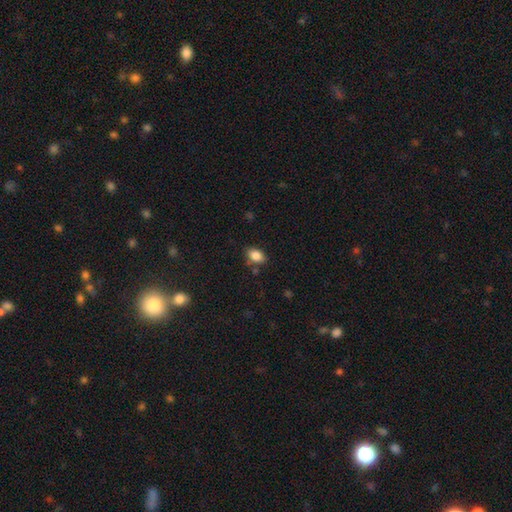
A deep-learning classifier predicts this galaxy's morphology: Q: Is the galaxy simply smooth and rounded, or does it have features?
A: smooth — 86%.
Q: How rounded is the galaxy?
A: in between — 84%.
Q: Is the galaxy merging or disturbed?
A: none — 77%.